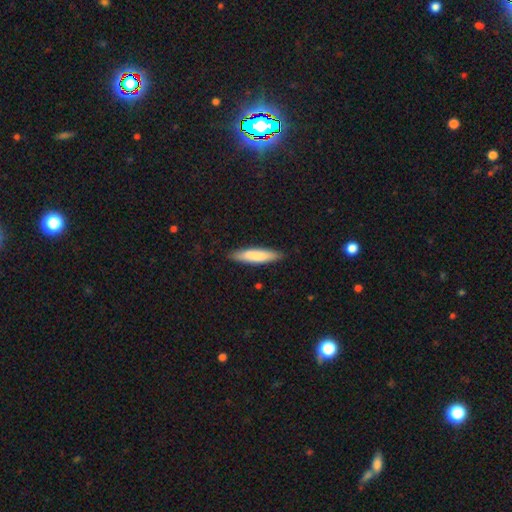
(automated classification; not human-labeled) A smooth galaxy with no disk features (81%) that is cigar-shaped (80%). Merging: none (87%).